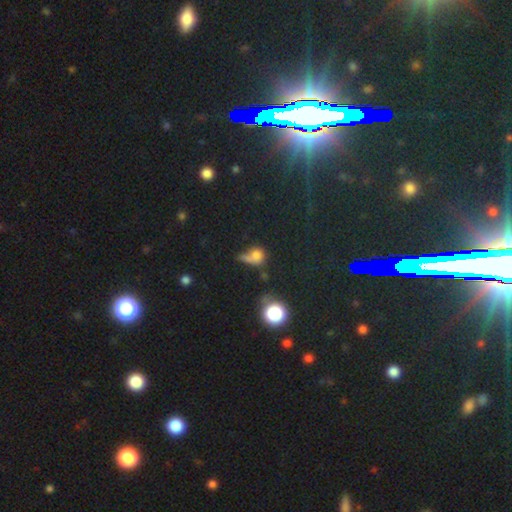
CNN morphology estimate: Smooth or featured? smooth (63%)
How rounded? round (70%)
Merging? none (34%)